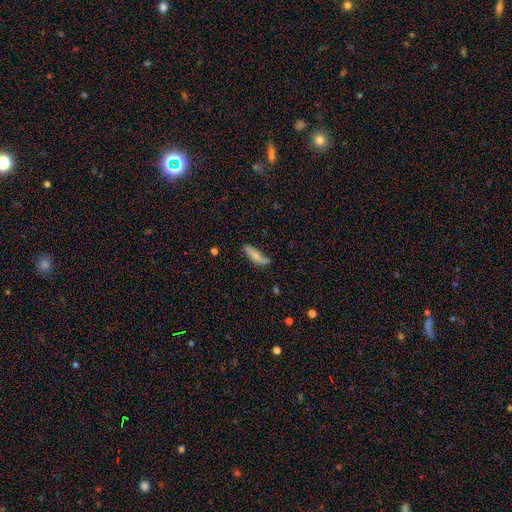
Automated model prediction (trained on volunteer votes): Smooth or featured?
  - smooth: 62% *
  - featured or disk: 32%
  - star or artifact: 6%
How rounded?
  - in between: 49% *
  - cigar-shaped: 48%
  - round: 2%
Merging?
  - none: 56% *
  - minor disturbance: 32%
  - major disturbance: 9%
  - merger: 4%